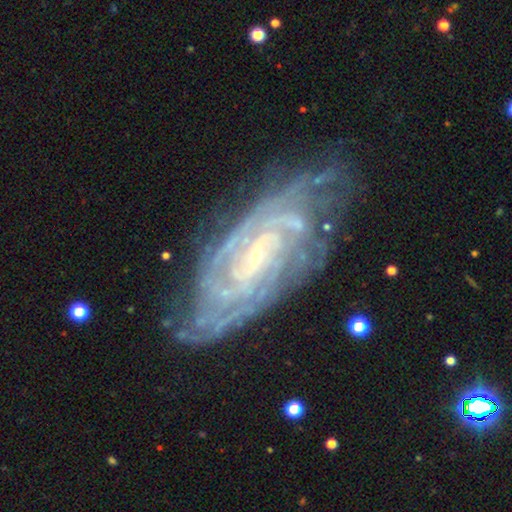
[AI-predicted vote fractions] Smooth or featured?
  - featured or disk: 90% *
  - star or artifact: 6%
  - smooth: 4%
Edge-on disk?
  - no: 95% *
  - yes: 5%
Bar?
  - weak: 40% *
  - no: 39%
  - strong: 20%
Spiral arms?
  - yes: 98% *
  - no: 2%
Spiral winding?
  - tight: 75% *
  - medium: 22%
  - loose: 4%
Spiral arm count?
  - can't tell: 26% *
  - 4: 21%
  - 2: 16%
  - 3: 15%
  - more than 4: 15%
  - 1: 8%
Bulge size?
  - small: 83% *
  - moderate: 11%
  - none: 4%
  - large: 1%
  - dominant: 1%
Merging?
  - none: 73% *
  - minor disturbance: 19%
  - major disturbance: 6%
  - merger: 2%